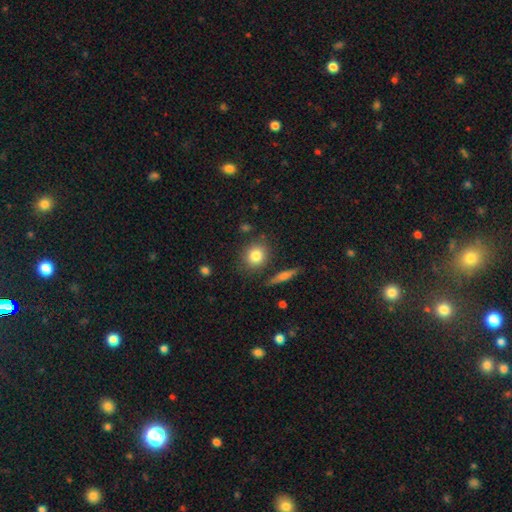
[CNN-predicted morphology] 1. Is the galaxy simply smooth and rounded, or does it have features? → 81% smooth, 9% featured or disk, 9% star or artifact.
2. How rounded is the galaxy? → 77% round, 20% in between, 2% cigar-shaped.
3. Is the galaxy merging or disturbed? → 82% none, 10% minor disturbance, 5% merger, 3% major disturbance.